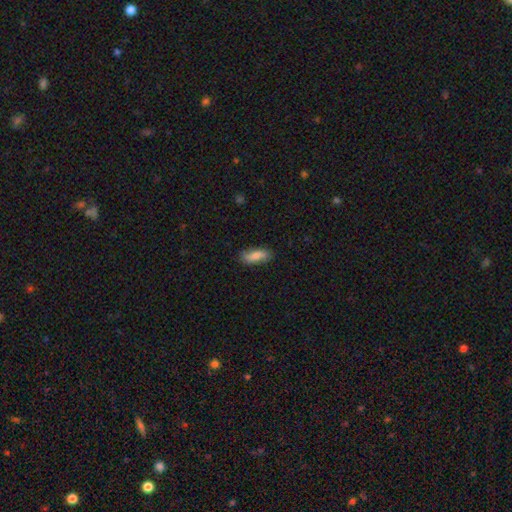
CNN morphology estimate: This is clearly a smooth galaxy (80%). How rounded: likely in between (69%). Merging: clearly none (83%).